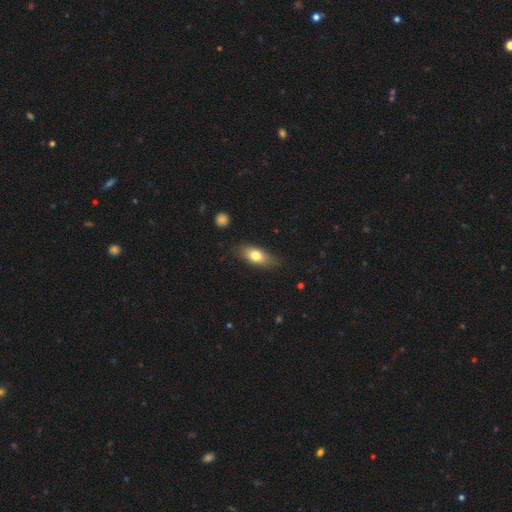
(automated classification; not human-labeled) This is likely a smooth galaxy (73%). How rounded: likely in between (78%). Merging: likely none (79%).